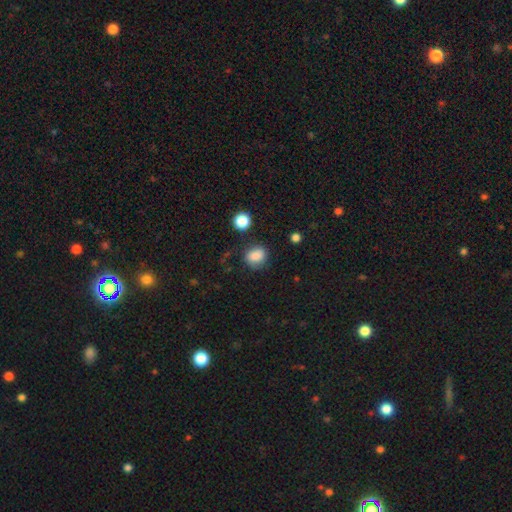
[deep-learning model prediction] smooth 83%, star or artifact 10%, featured or disk 7%. Down the decision tree: how rounded — round (57%); merging — none (71%).